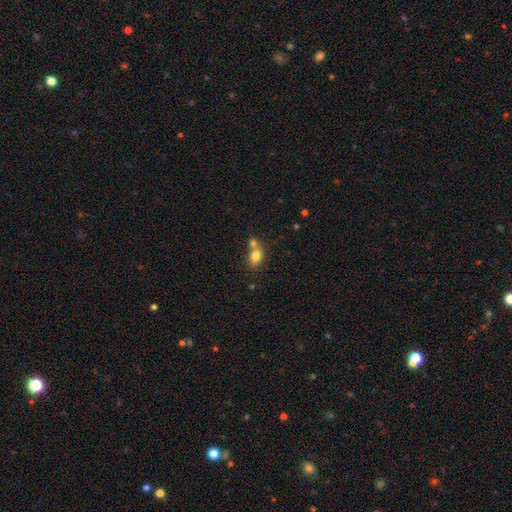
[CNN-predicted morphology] smooth_or_featured: smooth (p=0.79) [alt: featured or disk p=0.11]
how_rounded: in between (p=0.55) [alt: round p=0.44]
merging: merger (p=0.44) [alt: none p=0.42]